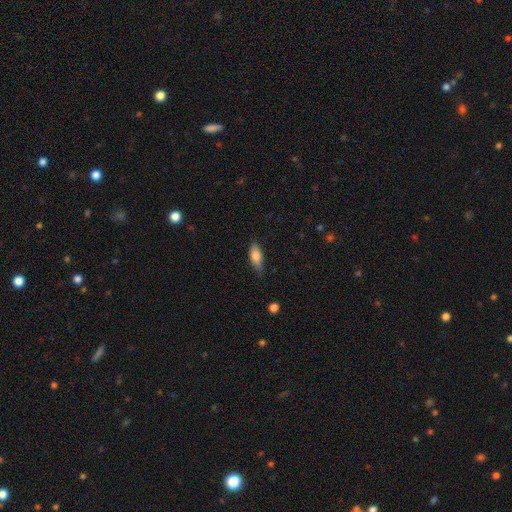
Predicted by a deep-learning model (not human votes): The model was most divided on "merging": none: 71%, minor disturbance: 24%, major disturbance: 4%, merger: 1%. More confident: smooth or featured — smooth (75%); how rounded — in between (73%).